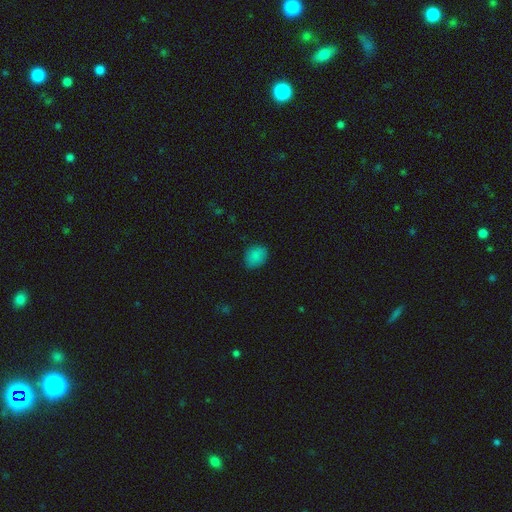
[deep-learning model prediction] smooth 84%, star or artifact 10%, featured or disk 6%. Down the decision tree: how rounded — in between (56%); merging — none (79%).